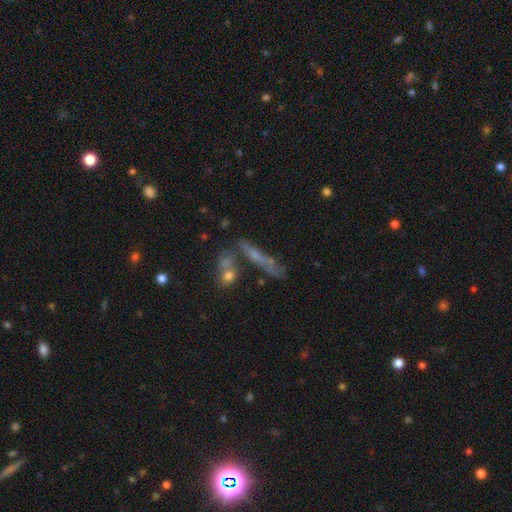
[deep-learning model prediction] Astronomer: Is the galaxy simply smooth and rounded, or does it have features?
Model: smooth — 44% (runner-up: featured or disk, 43%).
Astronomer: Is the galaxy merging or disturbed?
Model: none — 51%.